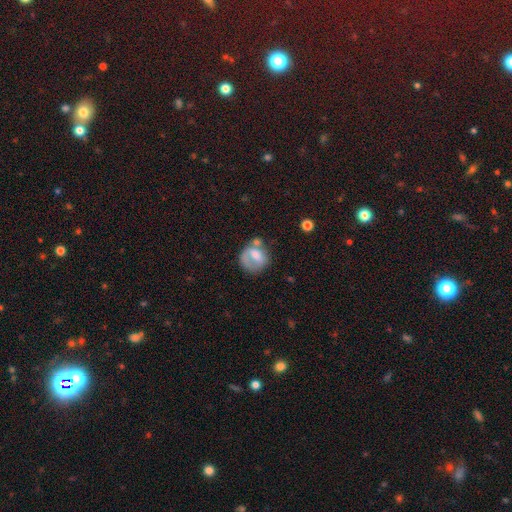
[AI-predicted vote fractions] The model was most divided on "merging": none: 40%, major disturbance: 22%, minor disturbance: 21%, merger: 16%. More confident: how rounded — round (67%); smooth or featured — smooth (57%).